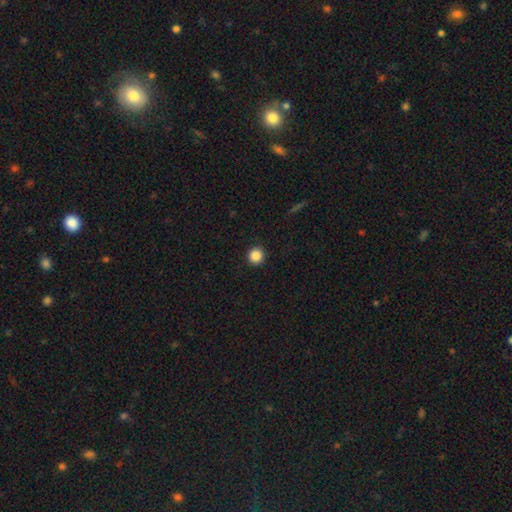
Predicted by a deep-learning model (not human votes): Overall: smooth (87%). How rounded: round (94%). Merging: none (92%).